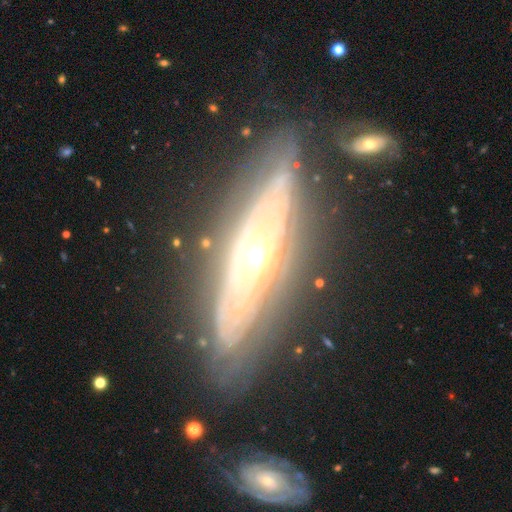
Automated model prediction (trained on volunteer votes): smooth-or-featured: featured or disk: 83% | smooth: 11% | star or artifact: 6%
  disk-edge-on: no: 54% | yes: 46%
  merging: none: 74% | minor disturbance: 15% | major disturbance: 6% | merger: 5%